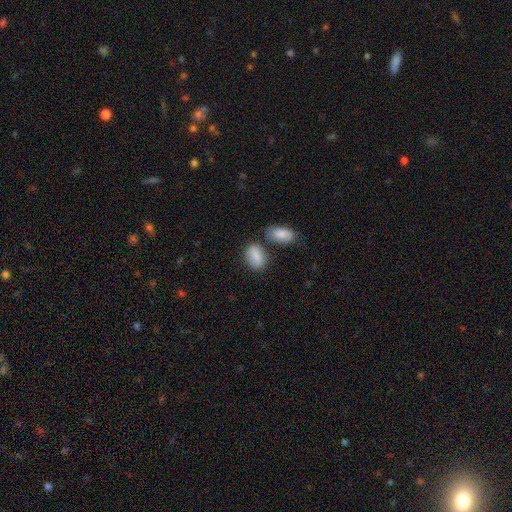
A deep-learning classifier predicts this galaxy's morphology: The model was most divided on "merging": none: 64%, minor disturbance: 16%, merger: 15%, major disturbance: 5%. More confident: how rounded — in between (89%); smooth or featured — smooth (85%).